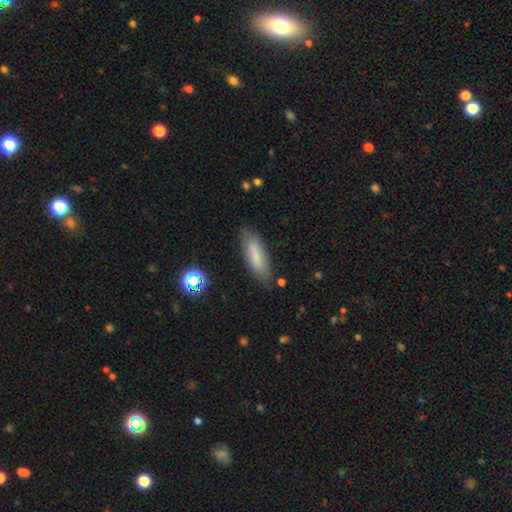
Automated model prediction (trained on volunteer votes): Overall: smooth (72%). How rounded: in between (50%; cigar-shaped 48%). Merging: none (79%).